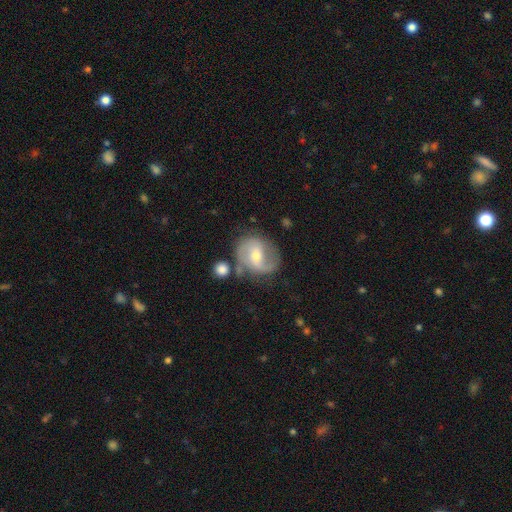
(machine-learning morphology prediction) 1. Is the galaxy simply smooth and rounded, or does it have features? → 76% featured or disk, 17% smooth, 7% star or artifact.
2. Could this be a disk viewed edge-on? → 97% no, 3% yes.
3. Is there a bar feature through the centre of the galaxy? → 48% weak, 31% no, 21% strong.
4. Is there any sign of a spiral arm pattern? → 91% yes, 9% no.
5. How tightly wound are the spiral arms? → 47% medium, 33% loose, 19% tight.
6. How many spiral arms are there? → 81% 2, 7% can't tell, 7% 1, 2% 3, 1% 4, 1% more than 4.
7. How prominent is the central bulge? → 54% moderate, 41% small, 2% large, 1% none, 1% dominant.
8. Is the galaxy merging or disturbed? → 64% none, 19% minor disturbance, 9% major disturbance, 7% merger.